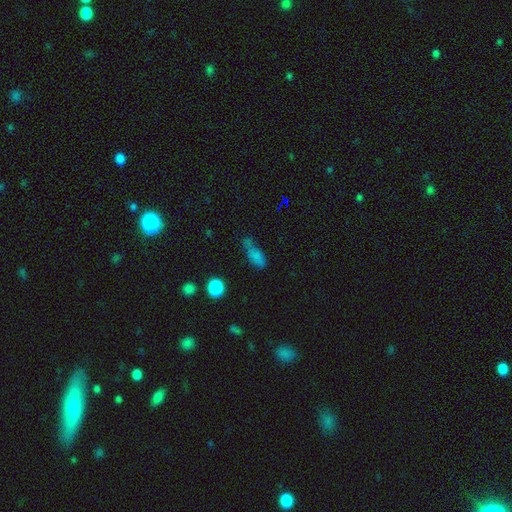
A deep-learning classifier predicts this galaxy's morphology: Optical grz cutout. It shows a smooth galaxy with no disk features (72%) that is in between round and cigar-shaped (69%). Merging: none (39%).